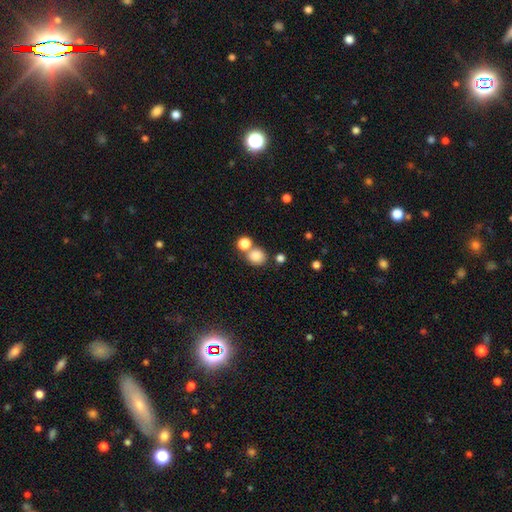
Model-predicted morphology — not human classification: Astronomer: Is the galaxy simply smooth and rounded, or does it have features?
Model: smooth — 81%.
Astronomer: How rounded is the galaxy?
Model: round — 83%.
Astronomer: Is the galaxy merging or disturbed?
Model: none — 60%.